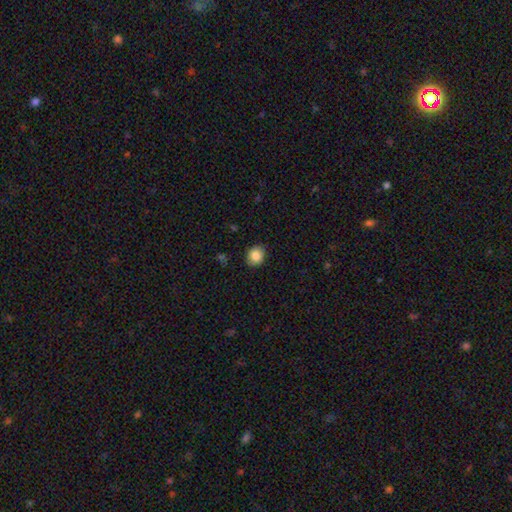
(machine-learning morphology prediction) smooth 85%, star or artifact 9%, featured or disk 6%. Down the decision tree: how rounded — round (68%); merging — none (87%).